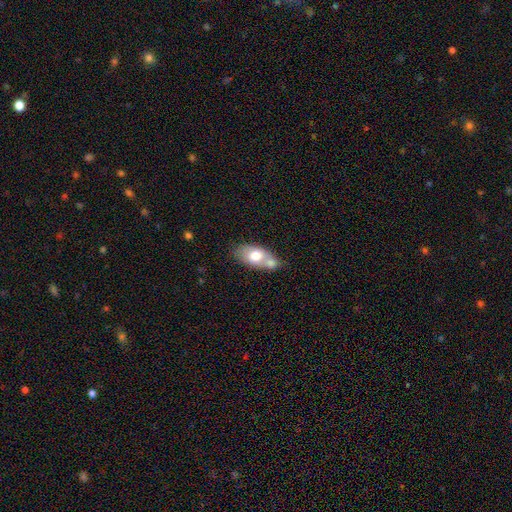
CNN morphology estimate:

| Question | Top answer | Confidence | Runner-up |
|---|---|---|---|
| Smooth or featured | smooth | 66% | featured or disk (28%) |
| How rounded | in between | 88% | round (8%) |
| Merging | merger | 44% | none (34%) |